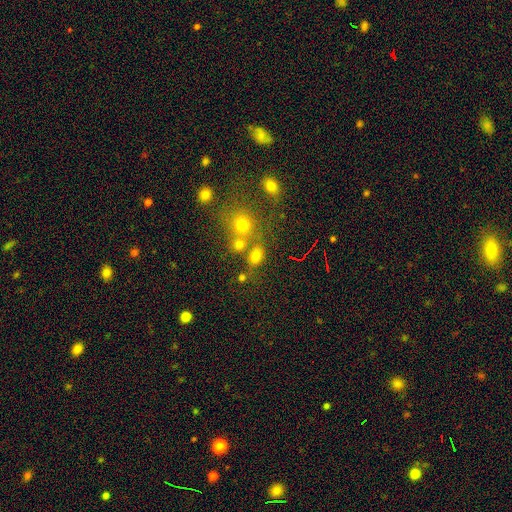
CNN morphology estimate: Overall: smooth (69%). How rounded: in between (60%; round 38%). Merging: none (59%; merger 22%).